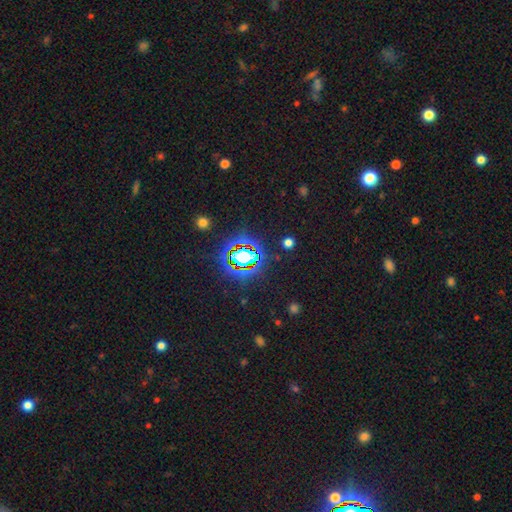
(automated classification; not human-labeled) Smooth or featured? star or artifact (82%)